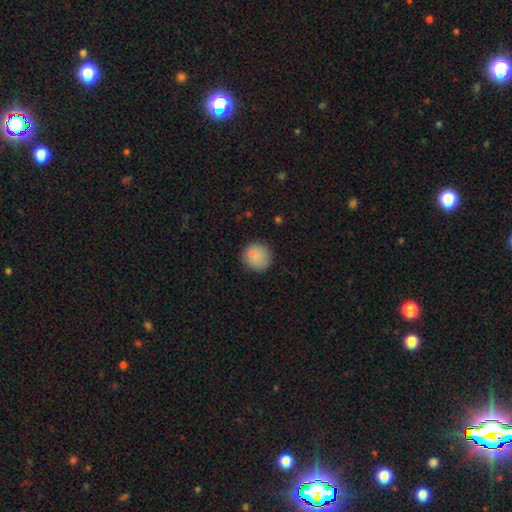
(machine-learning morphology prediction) A smooth galaxy with no disk features (83%) that is round (92%).

Vote fractions:
- Smooth or featured? smooth: 83% / star or artifact: 10% / featured or disk: 7%
- How rounded? round: 92% / in between: 7% / cigar-shaped: 1%
- Merging? none: 81% / minor disturbance: 13% / major disturbance: 4% / merger: 3%